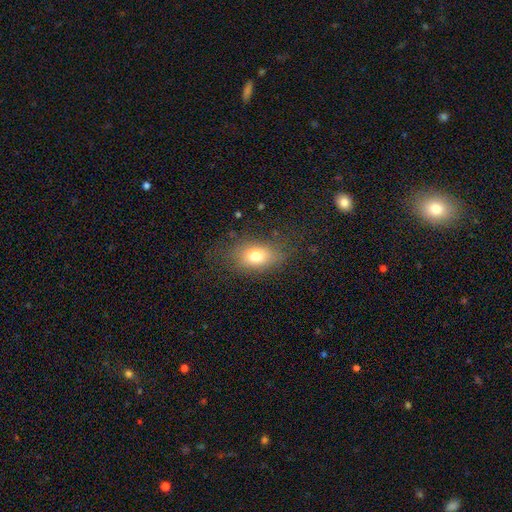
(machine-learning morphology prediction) Overall: smooth (74%). How rounded: in between (77%). Merging: none (68%).